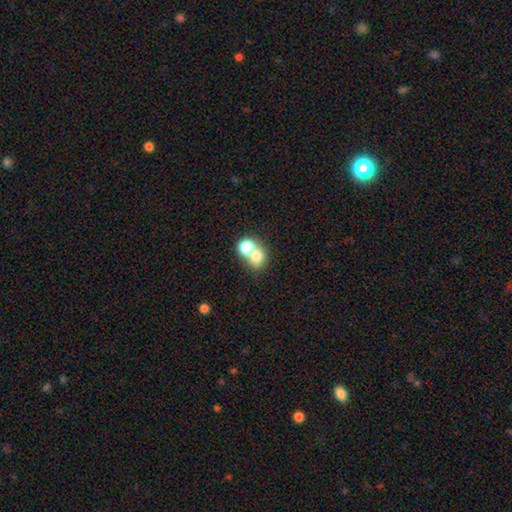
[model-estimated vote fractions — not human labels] This appears to be a smooth galaxy with no disk features (74%) that is round (71%). Merging: merger (58%).